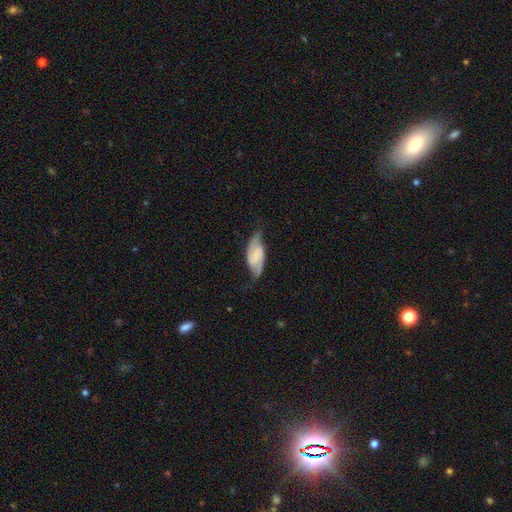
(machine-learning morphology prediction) The model was most divided on "bar": no: 41%, weak: 40%, strong: 19%. Remaining: spiral arms — yes (95%); edge-on disk — no (94%); spiral arm count — 2 (90%); smooth or featured — featured or disk (75%); merging — none (66%); bulge size — none (46%); spiral winding — medium (46%).